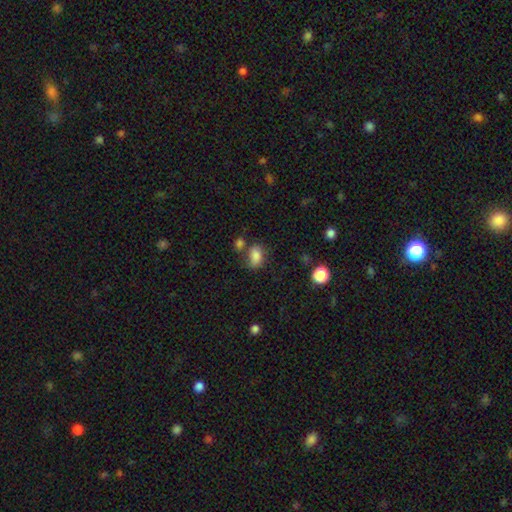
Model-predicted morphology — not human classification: Smooth or featured? Predicted: smooth (p=0.83). How rounded? Predicted: in between (p=0.82). Merging? Predicted: none (p=0.54).